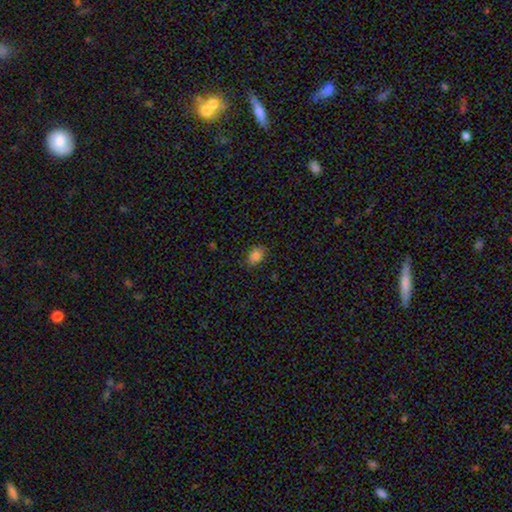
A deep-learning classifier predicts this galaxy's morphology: A smooth galaxy with no disk features (84%) that is in between round and cigar-shaped (77%). Merging: none (84%).